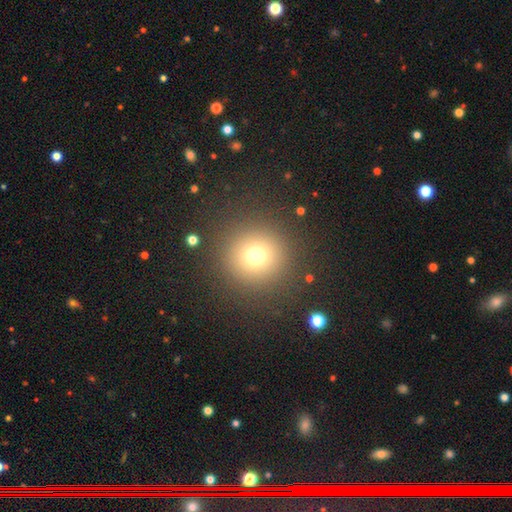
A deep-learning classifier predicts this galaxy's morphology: The model was most divided on "smooth or featured": smooth: 72%, star or artifact: 18%, featured or disk: 10%. More confident: how rounded — round (95%); merging — none (89%).